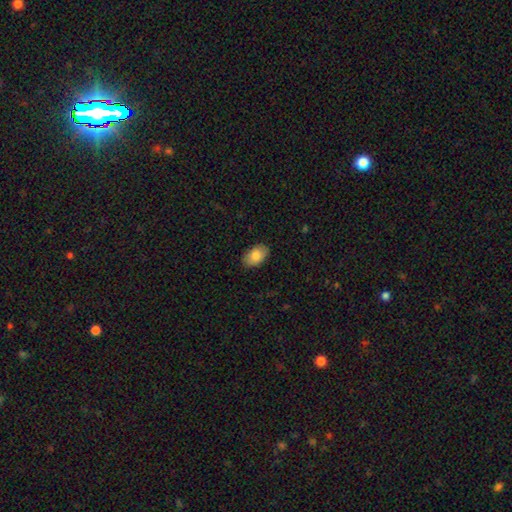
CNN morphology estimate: A smooth galaxy with no disk features (84%) that is in between round and cigar-shaped (91%). Merging: none (86%).